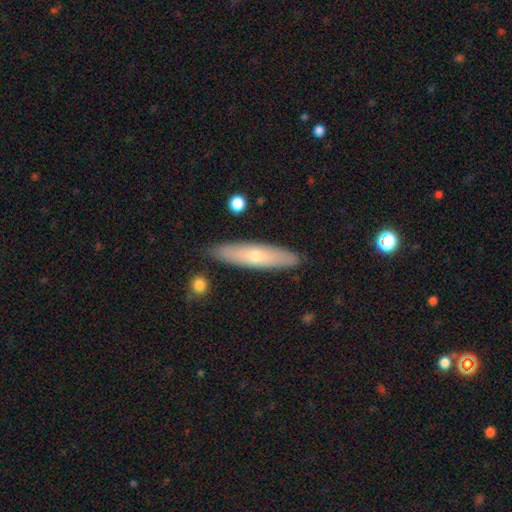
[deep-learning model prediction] This appears to be a smooth galaxy with no disk features (57%) that is cigar-shaped (77%). Merging: none (87%).